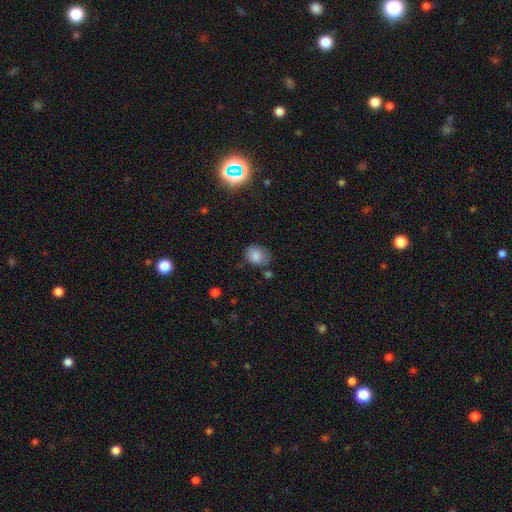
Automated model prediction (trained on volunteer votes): Smooth or featured?
  - smooth: 82% *
  - star or artifact: 10%
  - featured or disk: 8%
How rounded?
  - in between: 57% *
  - round: 42%
  - cigar-shaped: 1%
Merging?
  - none: 58% *
  - minor disturbance: 27%
  - major disturbance: 8%
  - merger: 6%